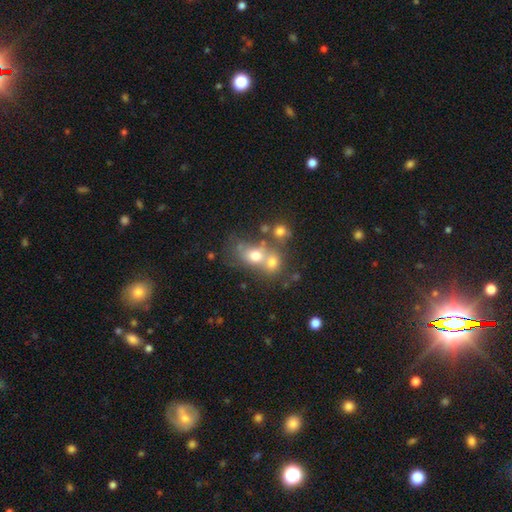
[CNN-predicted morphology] This is likely a smooth galaxy (66%). How rounded: possibly round (51%). Merging: possibly merger (53%).